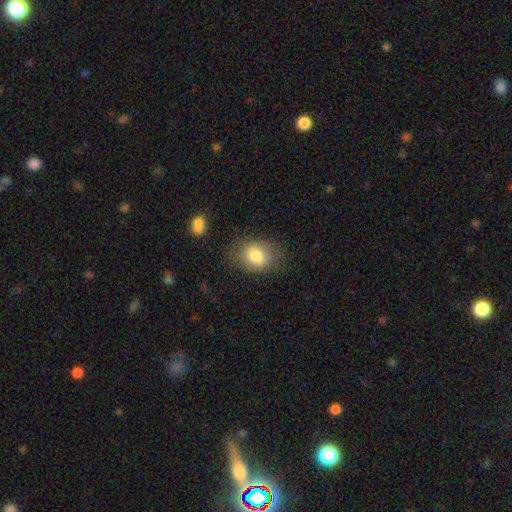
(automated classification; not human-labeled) smooth 80%, featured or disk 12%, star or artifact 8%. Down the decision tree: how rounded — in between (62%); merging — none (72%).